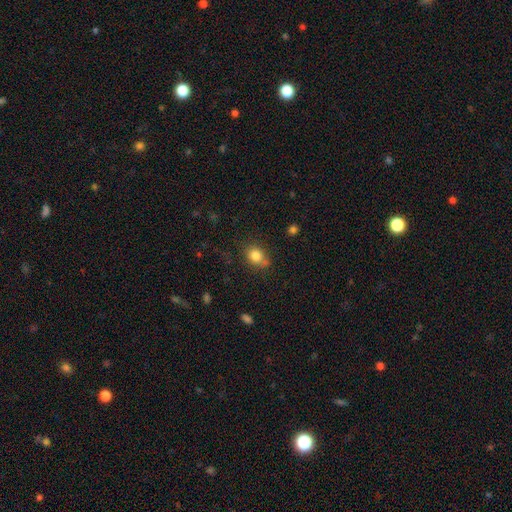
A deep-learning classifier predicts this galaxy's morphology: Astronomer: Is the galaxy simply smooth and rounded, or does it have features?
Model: smooth — 82%.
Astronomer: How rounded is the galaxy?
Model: round — 65%.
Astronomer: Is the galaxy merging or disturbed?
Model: none — 65%.